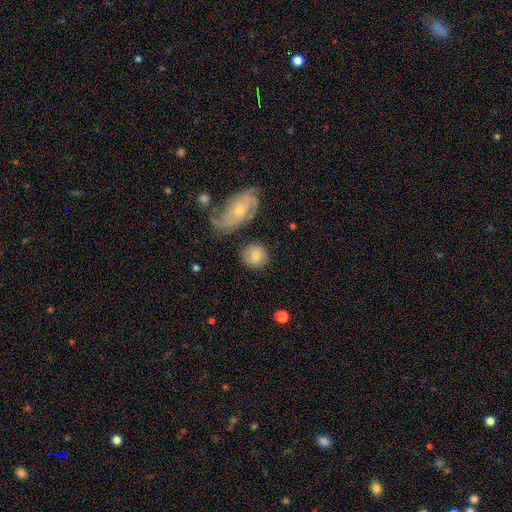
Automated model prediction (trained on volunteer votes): Overall: smooth (73%). How rounded: round (83%). Merging: none (78%).